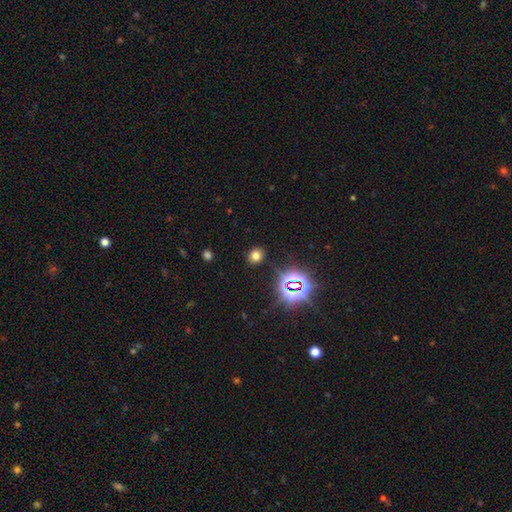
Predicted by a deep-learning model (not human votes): Smooth or featured: smooth — 67% (star or artifact — 26%)
How rounded: round — 66% (in between — 33%)
Merging: none — 85% (minor disturbance — 10%)